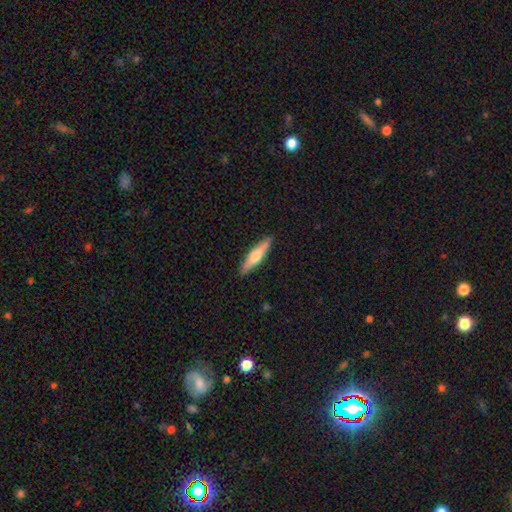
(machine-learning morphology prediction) Overall: smooth (50%; featured or disk 45%). Merging: none (90%).